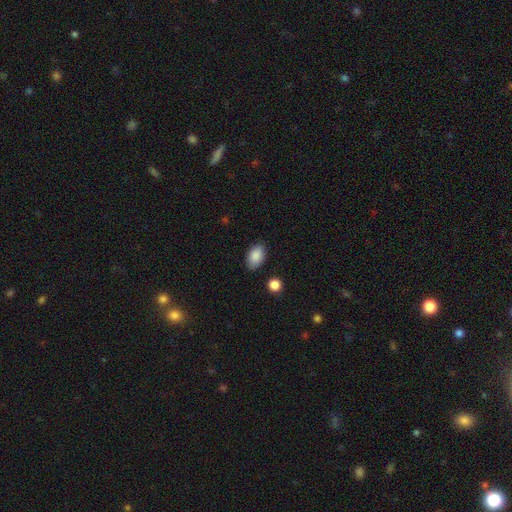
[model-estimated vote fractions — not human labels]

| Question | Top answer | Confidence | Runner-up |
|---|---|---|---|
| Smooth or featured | smooth | 88% | star or artifact (7%) |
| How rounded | in between | 91% | round (7%) |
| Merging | none | 84% | minor disturbance (12%) |